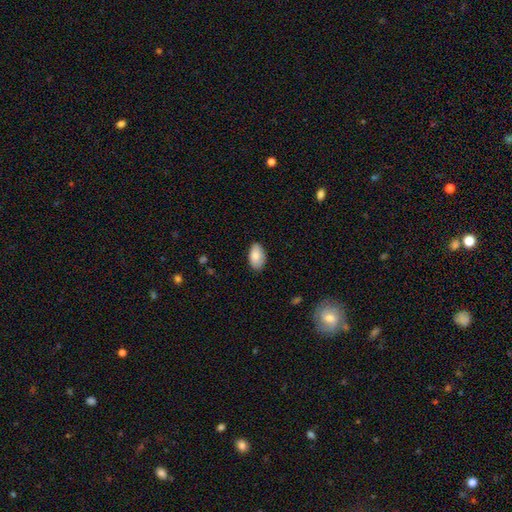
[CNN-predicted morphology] smooth 85%, featured or disk 8%, star or artifact 6%. Down the decision tree: how rounded — in between (94%); merging — none (81%).